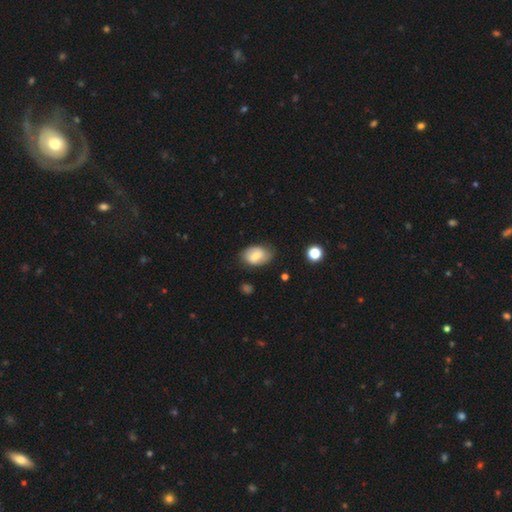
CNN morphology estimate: Smooth or featured?
  - smooth: 73% *
  - featured or disk: 20%
  - star or artifact: 7%
How rounded?
  - in between: 84% *
  - round: 15%
  - cigar-shaped: 1%
Merging?
  - none: 70% *
  - minor disturbance: 23%
  - major disturbance: 5%
  - merger: 2%